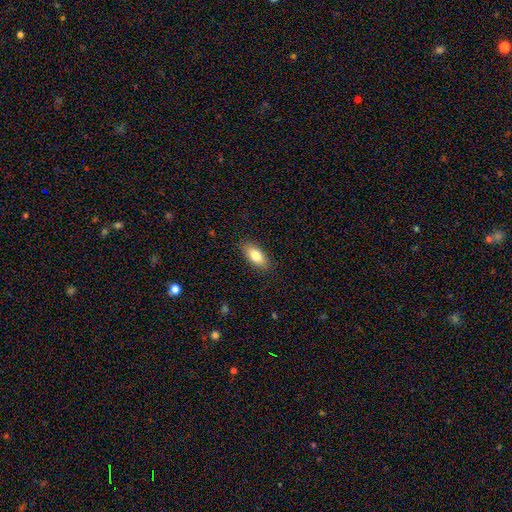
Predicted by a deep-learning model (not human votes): Overall: smooth (81%). How rounded: in between (88%). Merging: none (87%).